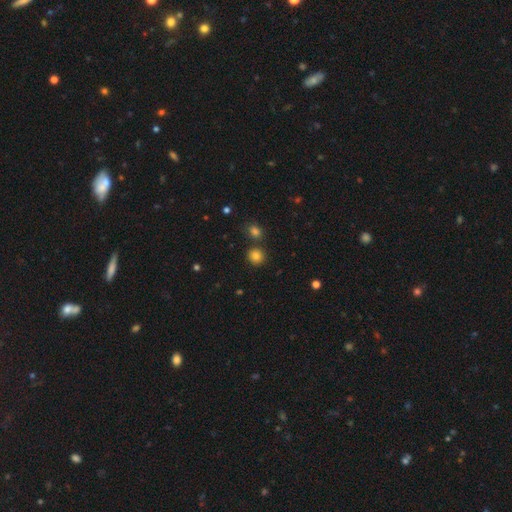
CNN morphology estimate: type=smooth (82%); roundness=round (88%); merging=none (79%).